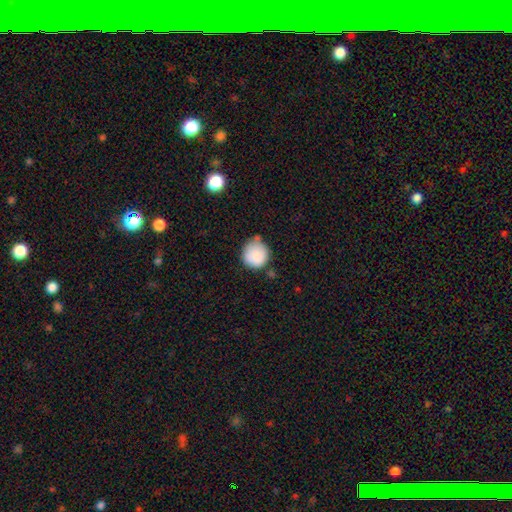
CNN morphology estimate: Overall: smooth (87%). How rounded: round (92%). Merging: none (62%; minor disturbance 25%).